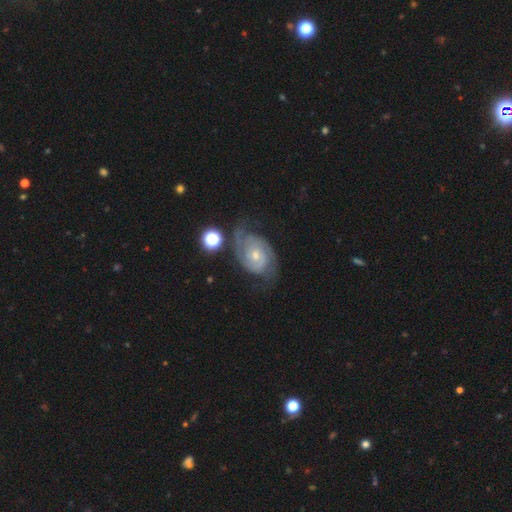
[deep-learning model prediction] smooth_or_featured: featured or disk (p=0.84) [alt: smooth p=0.09]
disk_edge_on: no (p=0.97) [alt: yes p=0.03]
bar: no (p=0.67) [alt: weak p=0.28]
has_spiral_arms: yes (p=0.96) [alt: no p=0.04]
spiral_winding: tight (p=0.50) [alt: medium p=0.38]
spiral_arm_count: 2 (p=0.70) [alt: can't tell p=0.14]
bulge_size: small (p=0.55) [alt: moderate p=0.41]
merging: none (p=0.62) [alt: minor disturbance p=0.22]